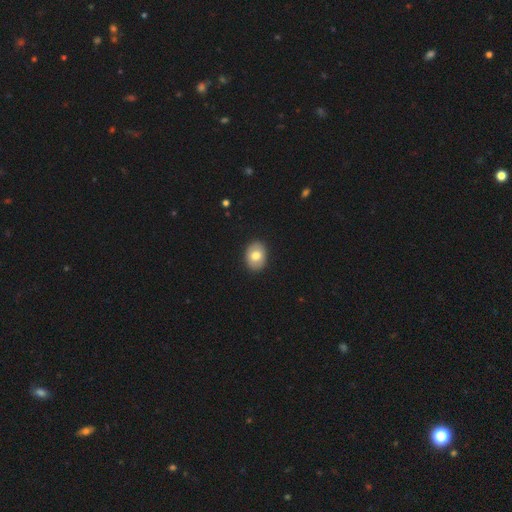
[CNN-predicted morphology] Smooth or featured: smooth — 75% (featured or disk — 18%)
How rounded: in between — 67% (round — 32%)
Merging: none — 90% (minor disturbance — 7%)